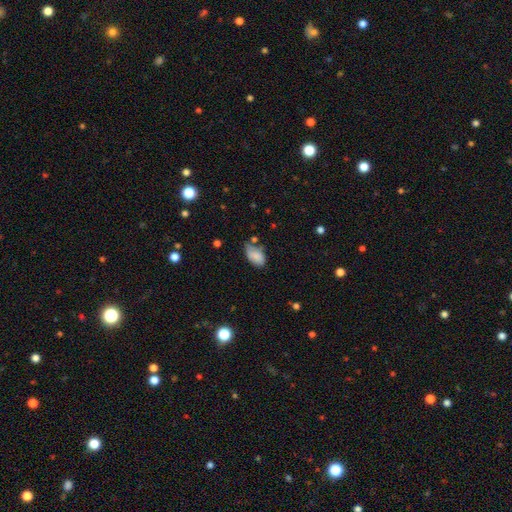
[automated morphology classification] Q: Smooth or featured?
A: smooth (82%); runner-up: featured or disk (10%)
Q: How rounded?
A: in between (92%); runner-up: round (6%)
Q: Merging?
A: none (47%); runner-up: minor disturbance (36%)